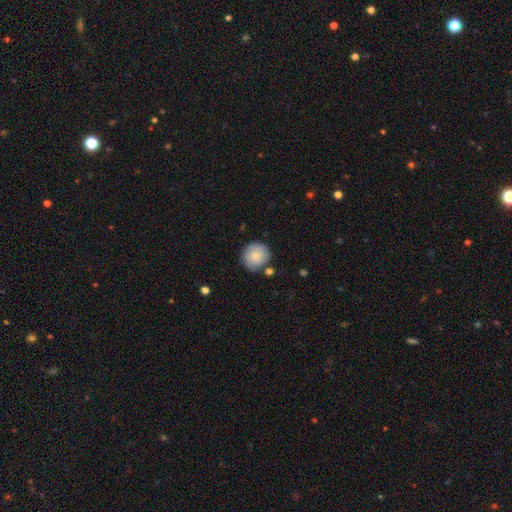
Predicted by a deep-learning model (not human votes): smooth 83%, featured or disk 10%, star or artifact 7%. Down the decision tree: how rounded — round (93%); merging — none (78%).